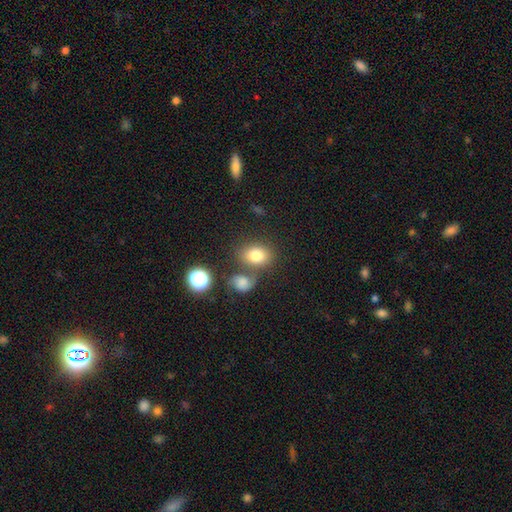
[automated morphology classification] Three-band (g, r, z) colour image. It shows a smooth galaxy with no disk features (78%) that is in between round and cigar-shaped (56%). Merging: none (59%).